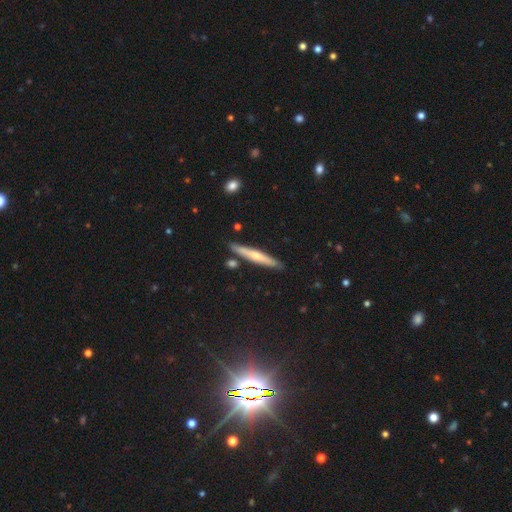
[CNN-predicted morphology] This is possibly a smooth galaxy (47%). Merging: clearly none (86%).